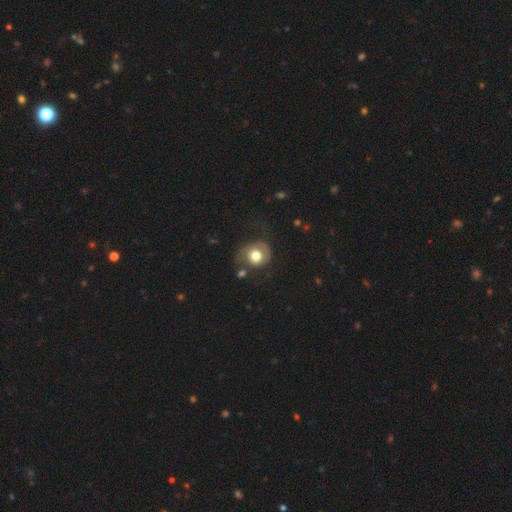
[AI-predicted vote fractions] Q: Smooth or featured?
A: smooth (61%); runner-up: featured or disk (31%)
Q: How rounded?
A: round (76%); runner-up: in between (23%)
Q: Merging?
A: none (49%); runner-up: minor disturbance (24%)